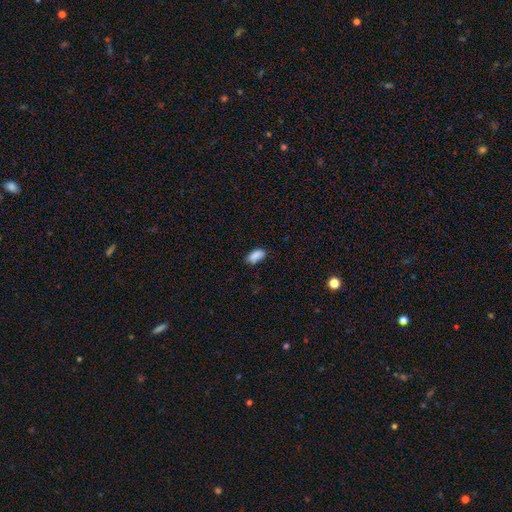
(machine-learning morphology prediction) Smooth or featured? smooth (87%)
How rounded? in between (90%)
Merging? none (73%)